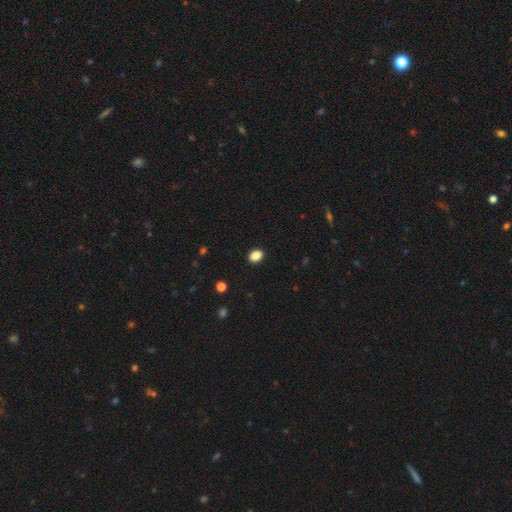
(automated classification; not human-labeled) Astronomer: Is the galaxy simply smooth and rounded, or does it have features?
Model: smooth — 87%.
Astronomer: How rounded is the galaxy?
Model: in between — 66%.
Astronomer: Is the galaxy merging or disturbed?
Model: none — 90%.